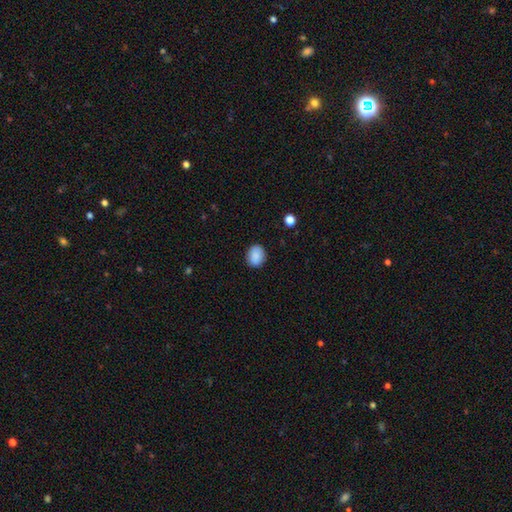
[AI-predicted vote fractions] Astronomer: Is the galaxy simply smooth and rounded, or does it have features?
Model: smooth — 89%.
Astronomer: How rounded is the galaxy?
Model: in between — 54% (runner-up: round, 45%).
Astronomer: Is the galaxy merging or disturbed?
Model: none — 87%.